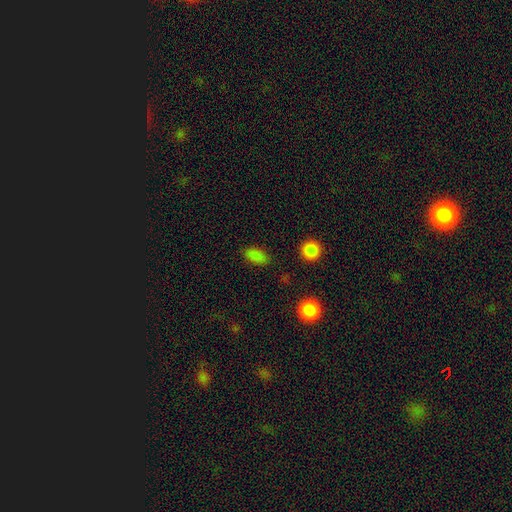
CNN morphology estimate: Smooth or featured? smooth (85%)
How rounded? in between (88%)
Merging? none (85%)